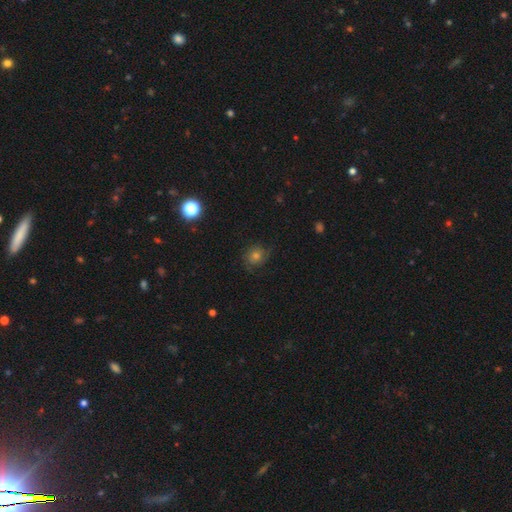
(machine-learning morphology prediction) Smooth or featured: smooth — 57% (star or artifact — 24%)
How rounded: round — 79% (in between — 20%)
Merging: none — 77% (minor disturbance — 16%)